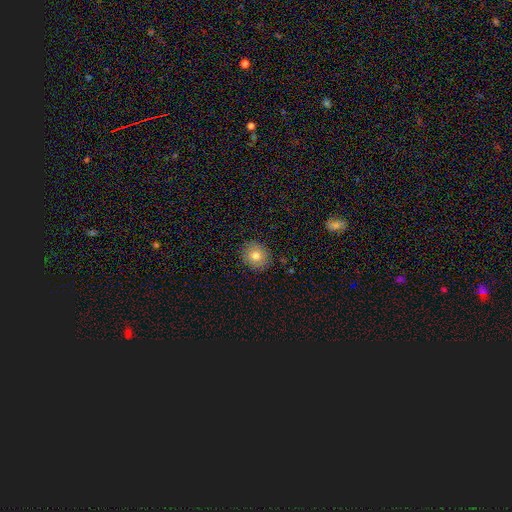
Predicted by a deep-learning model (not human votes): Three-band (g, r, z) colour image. It shows a smooth galaxy with no disk features (77%) that is round (75%). Merging: none (88%).